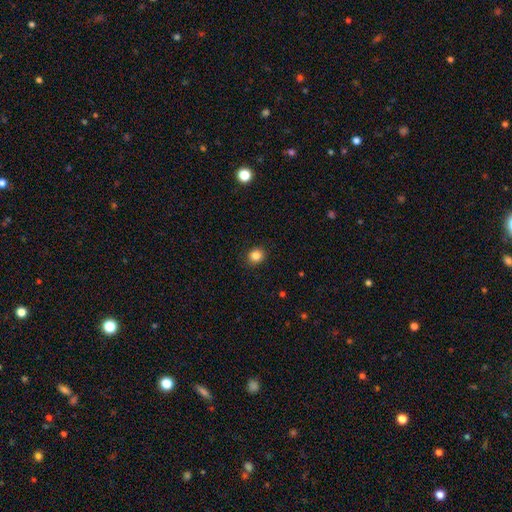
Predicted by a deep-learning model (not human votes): This is clearly a smooth galaxy (84%). How rounded: clearly round (80%). Merging: clearly none (90%).